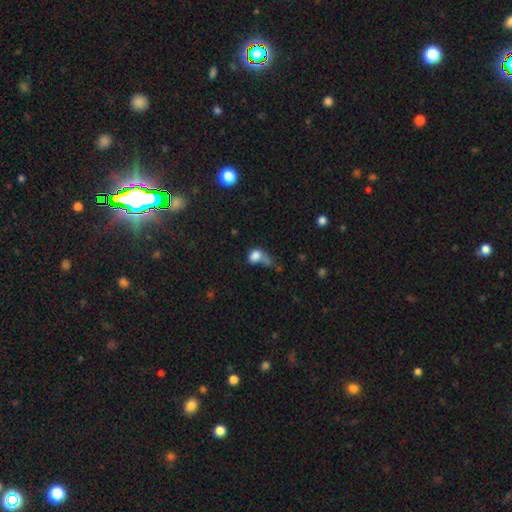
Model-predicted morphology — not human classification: Smooth or featured: smooth — 74% (featured or disk — 13%)
How rounded: in between — 60% (round — 37%)
Merging: major disturbance — 32% (merger — 25%)